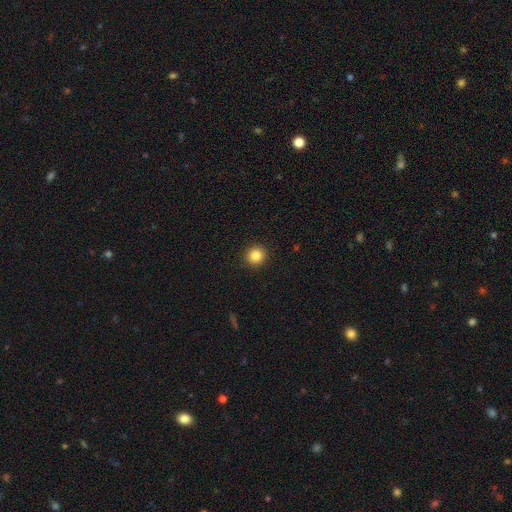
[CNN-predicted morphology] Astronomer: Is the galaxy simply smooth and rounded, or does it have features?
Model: smooth — 85%.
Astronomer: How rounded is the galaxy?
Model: round — 91%.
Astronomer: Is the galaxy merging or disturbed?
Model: none — 92%.